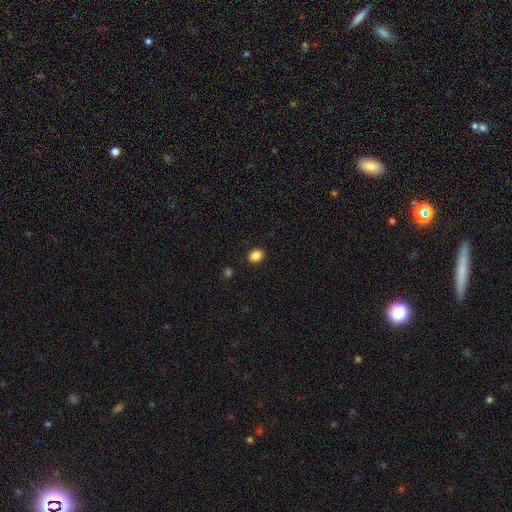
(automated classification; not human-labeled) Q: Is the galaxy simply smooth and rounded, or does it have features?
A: smooth — 87%.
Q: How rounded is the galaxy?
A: in between — 54%.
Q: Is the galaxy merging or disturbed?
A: none — 89%.